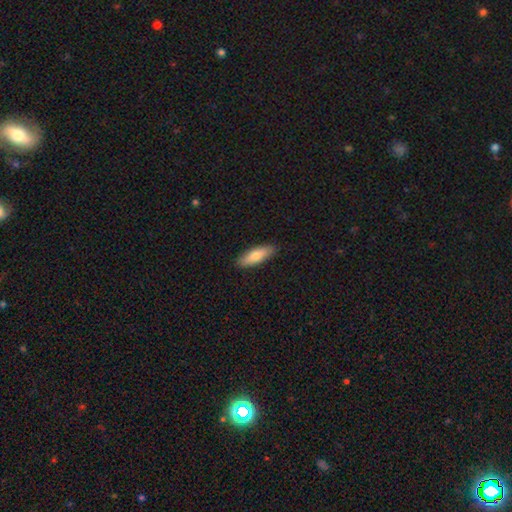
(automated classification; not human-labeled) A smooth galaxy with no disk features (78%) that is in between round and cigar-shaped (54%).

Vote fractions:
- Smooth or featured? smooth: 78% / featured or disk: 16% / star or artifact: 6%
- How rounded? in between: 54% / cigar-shaped: 44% / round: 2%
- Merging? none: 89% / minor disturbance: 8% / major disturbance: 2% / merger: 1%